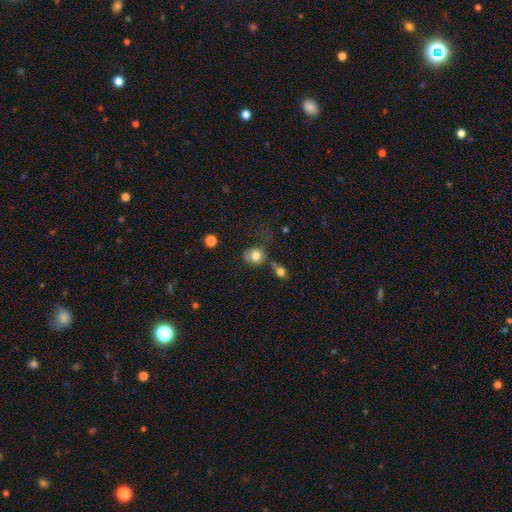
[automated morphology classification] Q: Smooth or featured?
A: smooth (78%); runner-up: featured or disk (12%)
Q: How rounded?
A: round (72%); runner-up: in between (27%)
Q: Merging?
A: none (42%); runner-up: minor disturbance (24%)